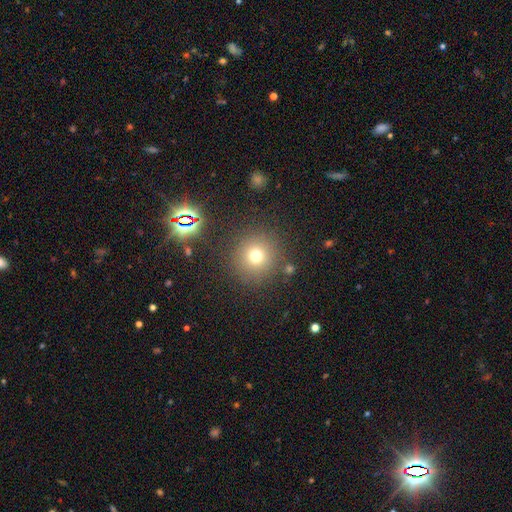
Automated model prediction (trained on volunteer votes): The model was most divided on "smooth or featured": smooth: 72%, star or artifact: 19%, featured or disk: 9%. More confident: how rounded — round (94%); merging — none (86%).